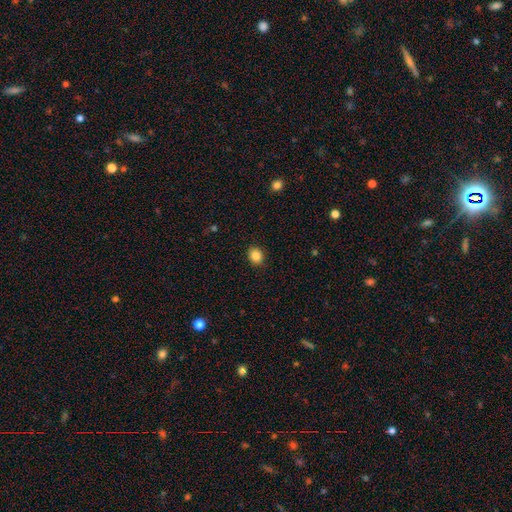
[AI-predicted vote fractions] Smooth or featured? Predicted: smooth (p=0.87). How rounded? Predicted: round (p=0.63). Merging? Predicted: none (p=0.89).